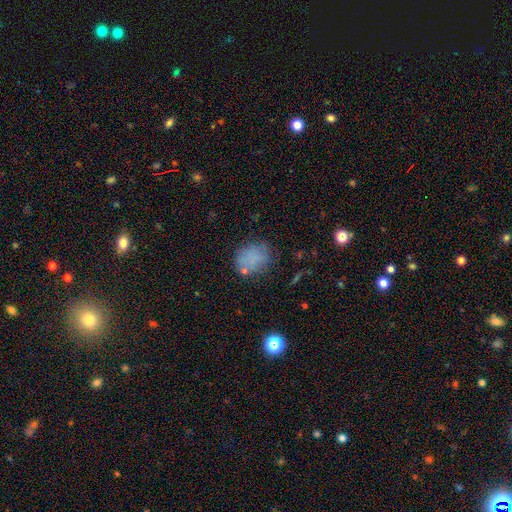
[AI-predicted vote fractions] smooth-or-featured: smooth: 75% | star or artifact: 12% | featured or disk: 12%
  how-rounded: round: 60% | in between: 39% | cigar-shaped: 1%
  merging: none: 66% | minor disturbance: 19% | major disturbance: 8% | merger: 6%